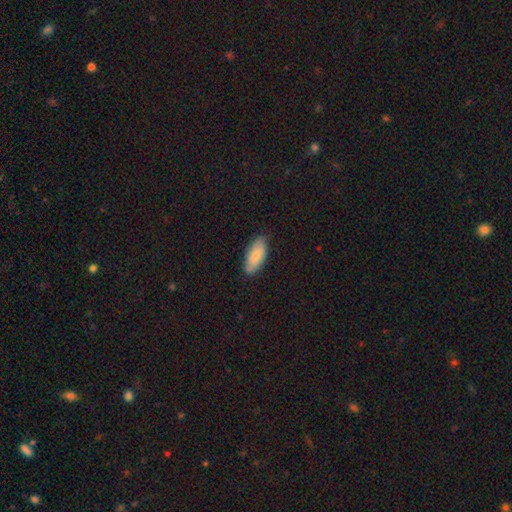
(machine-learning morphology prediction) A smooth galaxy with no disk features (83%) that is in between round and cigar-shaped (85%). Merging: none (79%).